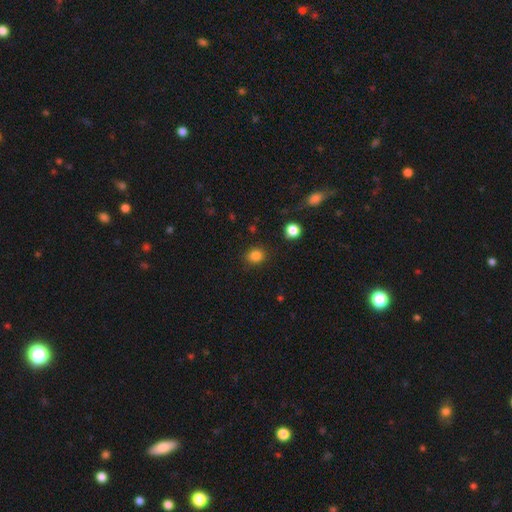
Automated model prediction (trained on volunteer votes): Smooth or featured?
  - smooth: 84% *
  - star or artifact: 13%
  - featured or disk: 4%
How rounded?
  - round: 74% *
  - in between: 25%
  - cigar-shaped: 1%
Merging?
  - none: 87% *
  - minor disturbance: 8%
  - major disturbance: 3%
  - merger: 2%